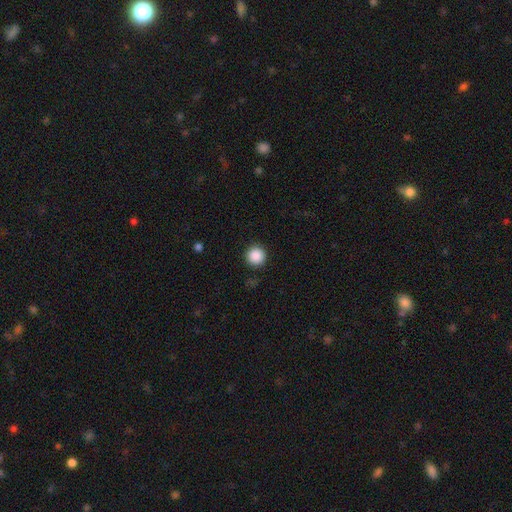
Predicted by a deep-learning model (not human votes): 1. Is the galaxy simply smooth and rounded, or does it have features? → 89% smooth, 9% star or artifact, 3% featured or disk.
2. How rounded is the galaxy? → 96% round, 3% in between, 1% cigar-shaped.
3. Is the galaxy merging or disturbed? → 92% none, 5% minor disturbance, 2% major disturbance, 1% merger.